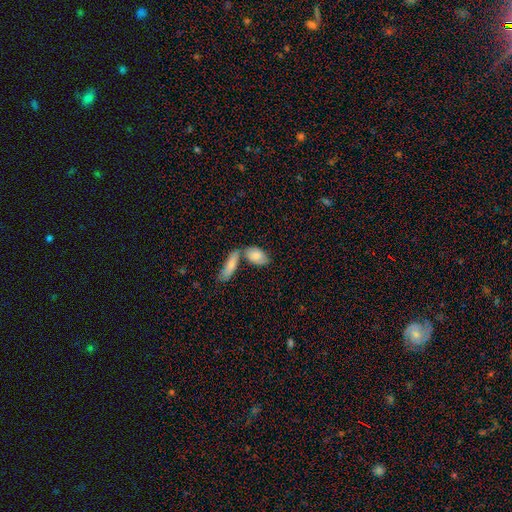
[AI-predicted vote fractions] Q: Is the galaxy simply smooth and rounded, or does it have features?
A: smooth — 79%.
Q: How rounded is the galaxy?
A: in between — 88%.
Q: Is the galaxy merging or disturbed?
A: none — 44%.